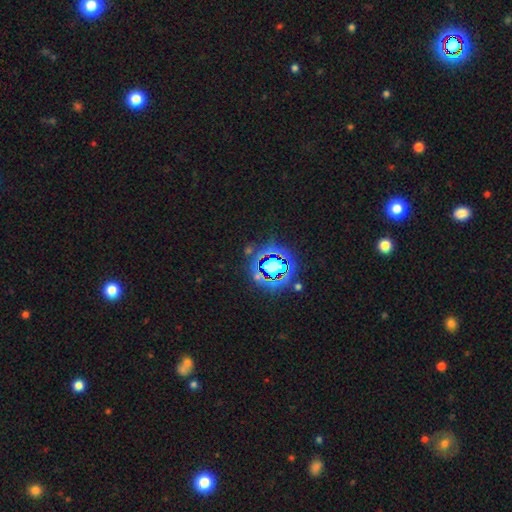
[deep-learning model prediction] The model was most divided on "smooth or featured": star or artifact: 81%, smooth: 12%, featured or disk: 8%.